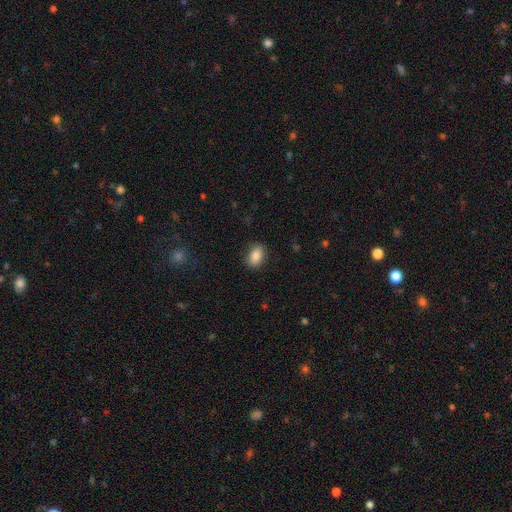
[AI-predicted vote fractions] Morphology: type=smooth (86%); roundness=in between (87%); merging=none (86%).